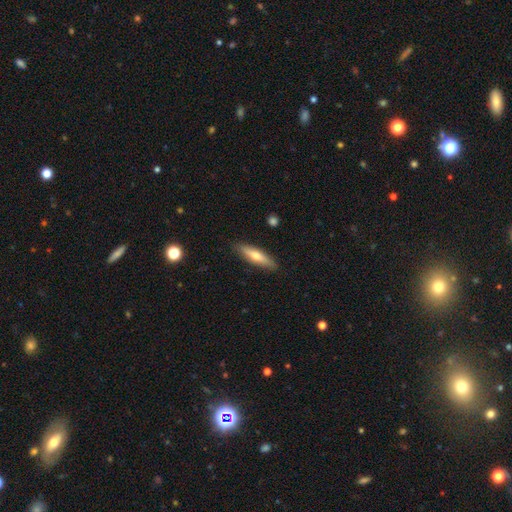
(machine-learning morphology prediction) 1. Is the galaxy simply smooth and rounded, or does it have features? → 59% smooth, 35% featured or disk, 6% star or artifact.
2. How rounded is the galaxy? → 75% cigar-shaped, 24% in between, 2% round.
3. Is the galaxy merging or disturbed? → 88% none, 9% minor disturbance, 2% major disturbance, 1% merger.